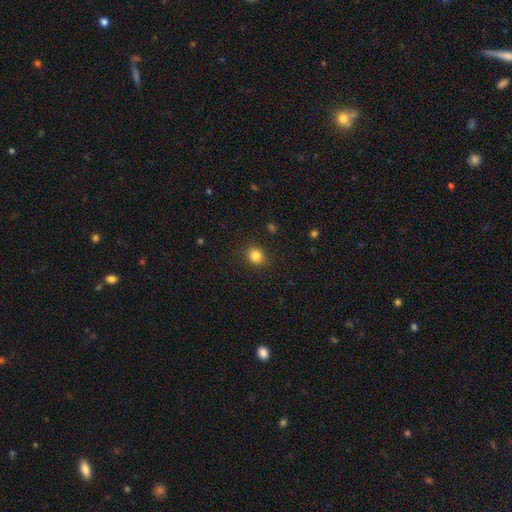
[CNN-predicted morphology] smooth_or_featured: smooth (p=0.83) [alt: star or artifact p=0.12]
how_rounded: round (p=0.77) [alt: in between p=0.22]
merging: none (p=0.89) [alt: minor disturbance p=0.07]